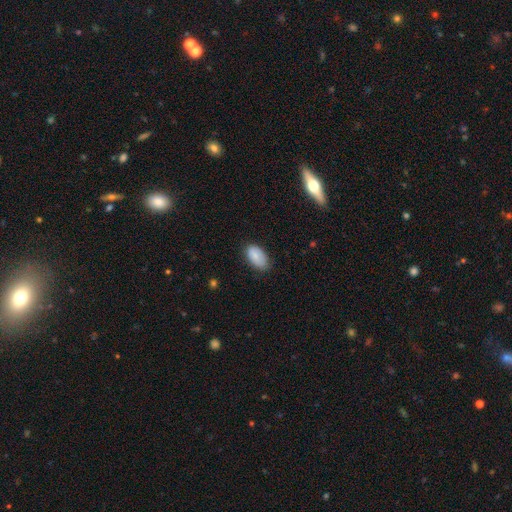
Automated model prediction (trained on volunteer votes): The model was most divided on "merging": none: 74%, minor disturbance: 21%, major disturbance: 4%, merger: 1%. More confident: how rounded — in between (95%); smooth or featured — smooth (83%).